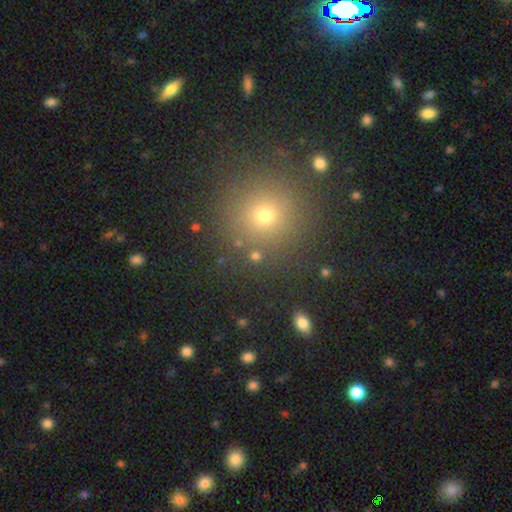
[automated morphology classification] Smooth or featured? Predicted: smooth (p=0.66). How rounded? Predicted: round (p=0.88). Merging? Predicted: none (p=0.84).